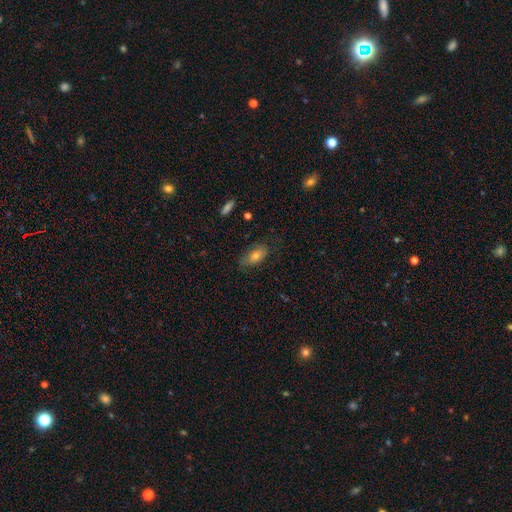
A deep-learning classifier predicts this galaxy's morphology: Overall: smooth (67%). How rounded: in between (86%). Merging: none (71%).